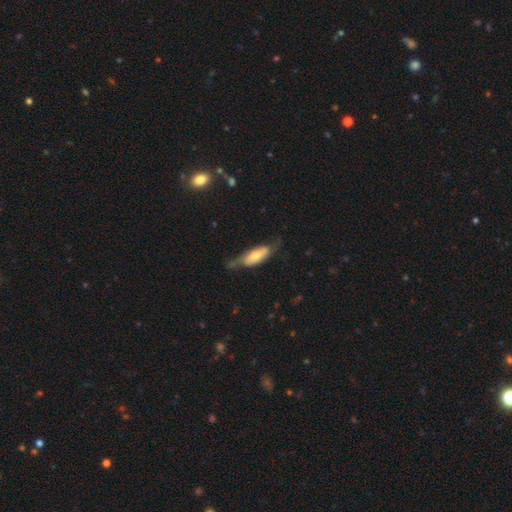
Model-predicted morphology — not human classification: Overall: smooth (50%; featured or disk 44%). How rounded: in between (69%). Merging: none (48%; minor disturbance 32%).